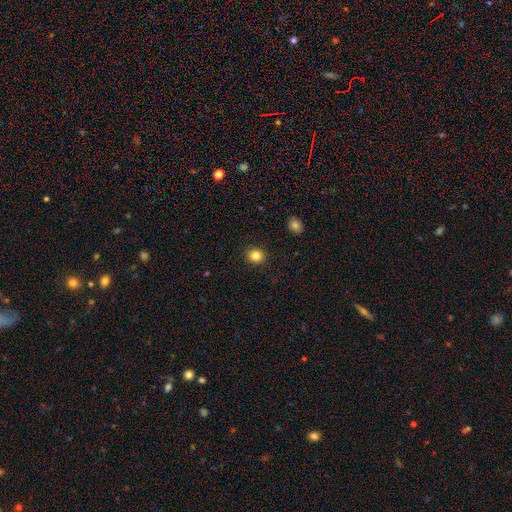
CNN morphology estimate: smooth_or_featured: smooth (p=0.84) [alt: star or artifact p=0.11]
how_rounded: round (p=0.77) [alt: in between p=0.22]
merging: none (p=0.91) [alt: minor disturbance p=0.06]